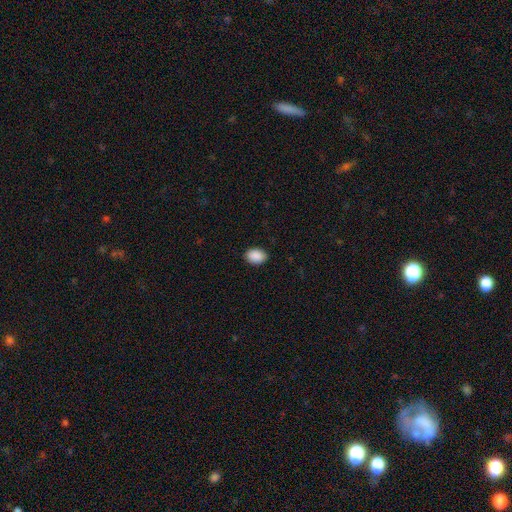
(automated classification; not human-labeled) The model was most divided on "how rounded": in between: 81%, round: 18%, cigar-shaped: 1%. More confident: smooth or featured — smooth (91%); merging — none (89%).